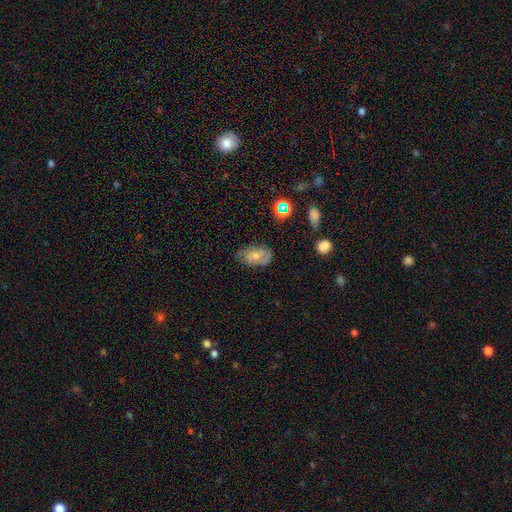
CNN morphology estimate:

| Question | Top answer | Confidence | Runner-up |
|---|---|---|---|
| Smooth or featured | smooth | 57% | featured or disk (32%) |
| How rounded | in between | 89% | round (10%) |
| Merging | none | 61% | minor disturbance (29%) |